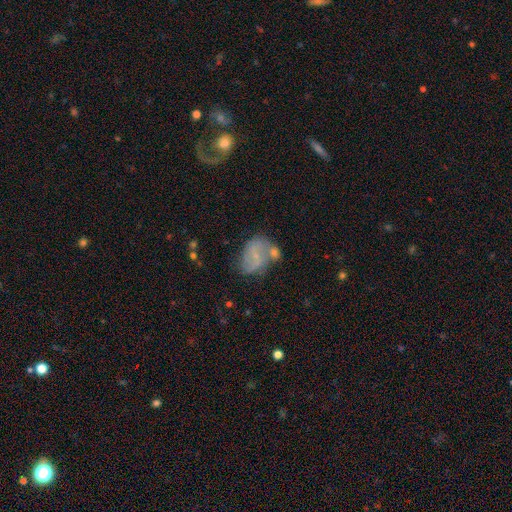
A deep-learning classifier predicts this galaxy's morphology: Smooth or featured?
  - featured or disk: 53% *
  - smooth: 37%
  - star or artifact: 11%
Edge-on disk?
  - no: 97% *
  - yes: 3%
Bar?
  - no: 50% *
  - weak: 38%
  - strong: 12%
Spiral arms?
  - yes: 68% *
  - no: 32%
Bulge size?
  - small: 61% *
  - none: 25%
  - moderate: 12%
  - large: 1%
  - dominant: 1%
Merging?
  - none: 40% *
  - merger: 24%
  - minor disturbance: 23%
  - major disturbance: 13%